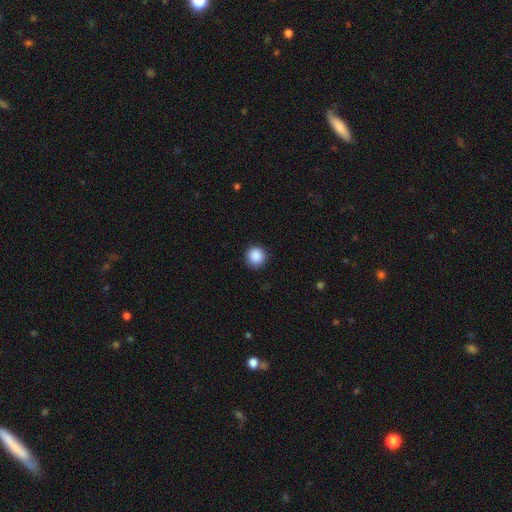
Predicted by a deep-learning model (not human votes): This is clearly a smooth galaxy (89%). How rounded: clearly round (95%). Merging: clearly none (91%).